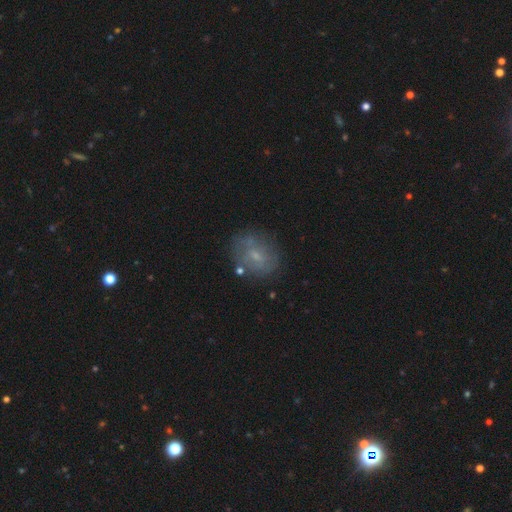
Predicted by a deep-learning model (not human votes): Q: Smooth or featured?
A: featured or disk (45%); runner-up: smooth (42%)
Q: Merging?
A: none (71%); runner-up: minor disturbance (18%)